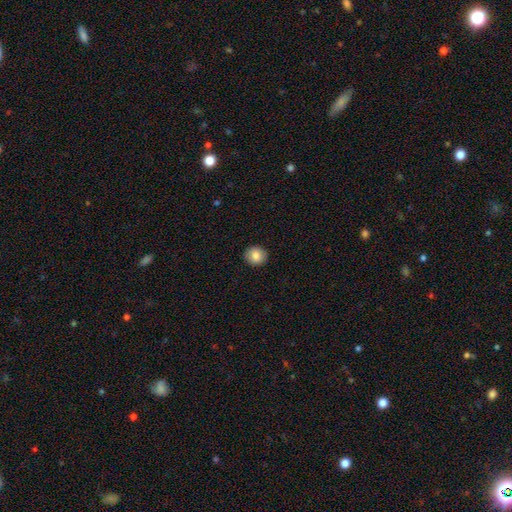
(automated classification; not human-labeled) Smooth or featured? smooth (84%)
How rounded? round (86%)
Merging? none (92%)